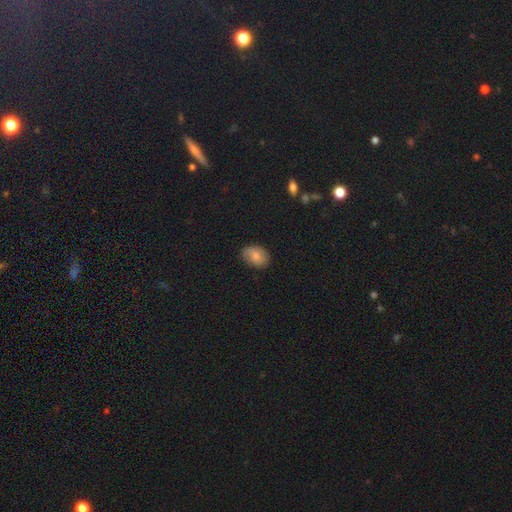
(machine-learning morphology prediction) smooth 75%, featured or disk 16%, star or artifact 9%. Down the decision tree: how rounded — in between (73%); merging — none (76%).